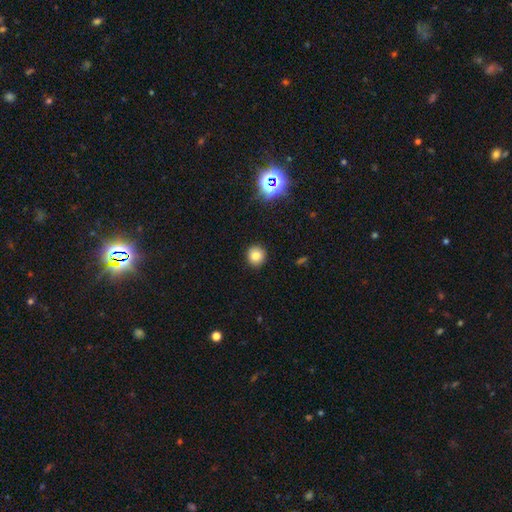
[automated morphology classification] smooth-or-featured: smooth: 79% | star or artifact: 13% | featured or disk: 8%
  how-rounded: round: 92% | in between: 7% | cigar-shaped: 1%
  merging: none: 92% | minor disturbance: 5% | major disturbance: 2% | merger: 1%